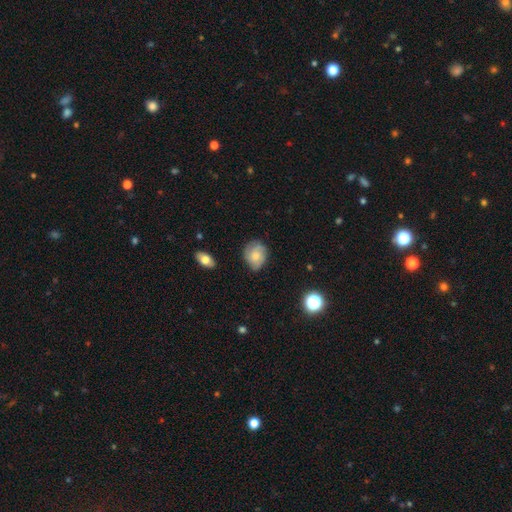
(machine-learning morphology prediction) Q: Smooth or featured?
A: smooth (55%); runner-up: featured or disk (36%)
Q: How rounded?
A: round (59%); runner-up: in between (40%)
Q: Merging?
A: none (71%); runner-up: minor disturbance (23%)